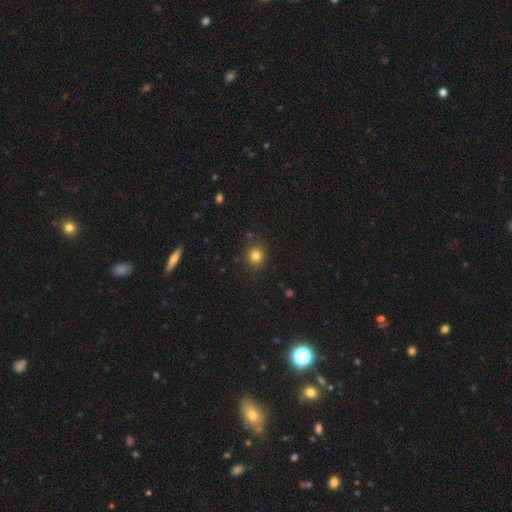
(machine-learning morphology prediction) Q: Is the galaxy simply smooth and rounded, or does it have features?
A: smooth — 81%.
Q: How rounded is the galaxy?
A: round — 84%.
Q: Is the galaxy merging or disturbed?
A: none — 88%.